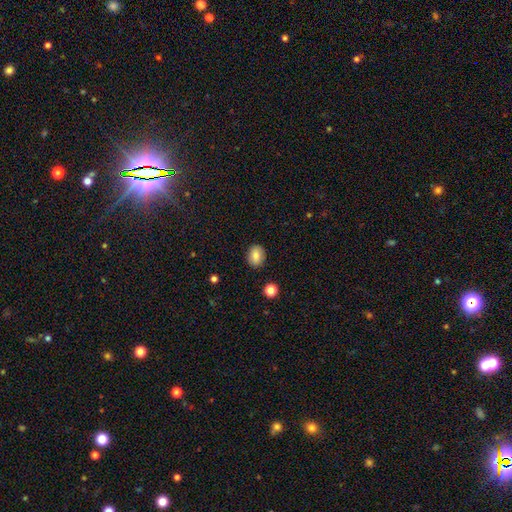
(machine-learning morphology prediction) This appears to be a smooth galaxy with no disk features (83%) that is in between round and cigar-shaped (56%). Merging: none (89%).